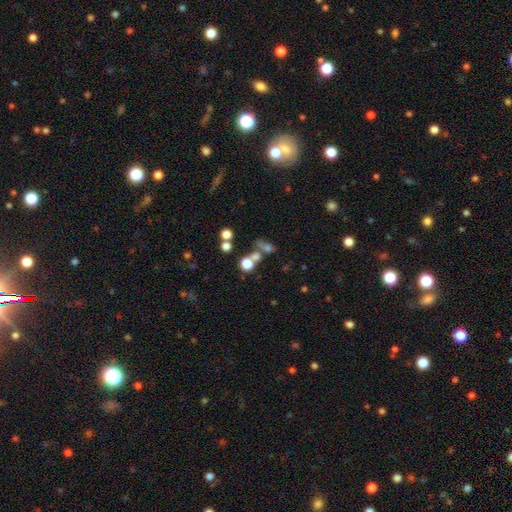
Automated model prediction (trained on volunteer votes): Smooth or featured? star or artifact (48%)